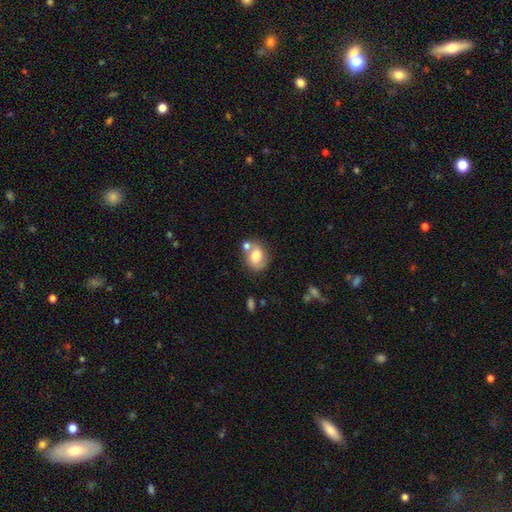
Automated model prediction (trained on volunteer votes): Smooth or featured? Predicted: smooth (p=0.60). How rounded? Predicted: in between (p=0.50). Merging? Predicted: none (p=0.48).